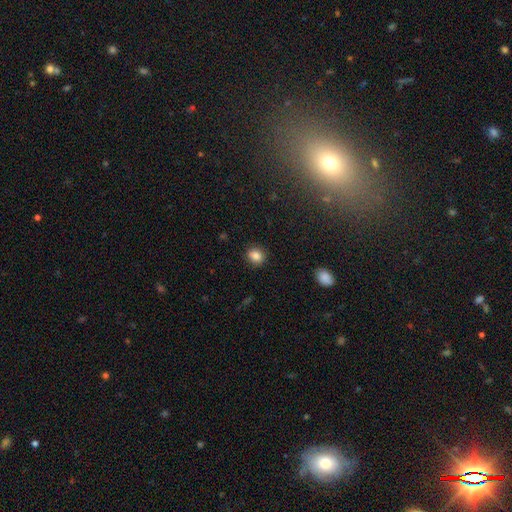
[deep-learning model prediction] Overall: smooth (84%). How rounded: round (71%). Merging: none (88%).